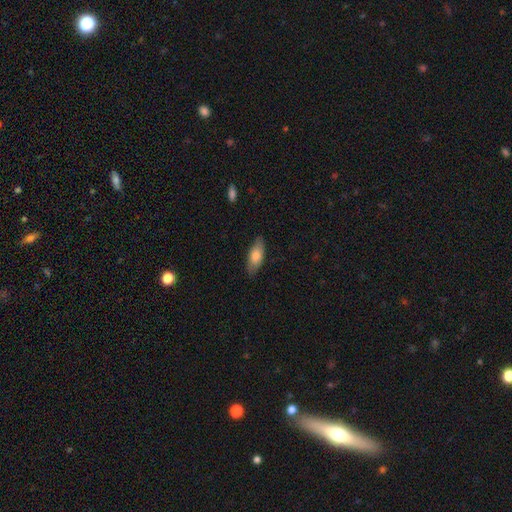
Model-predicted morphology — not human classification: smooth_or_featured: smooth (p=0.75) [alt: featured or disk p=0.19]
how_rounded: in between (p=0.76) [alt: cigar-shaped p=0.22]
merging: none (p=0.84) [alt: minor disturbance p=0.13]